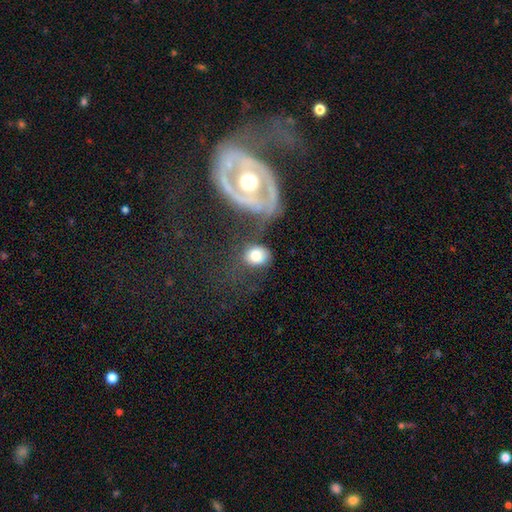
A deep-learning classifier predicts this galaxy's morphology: smooth_or_featured: smooth (p=0.75) [alt: featured or disk p=0.17]
how_rounded: round (p=0.50) [alt: in between p=0.49]
merging: none (p=0.45) [alt: minor disturbance p=0.19]